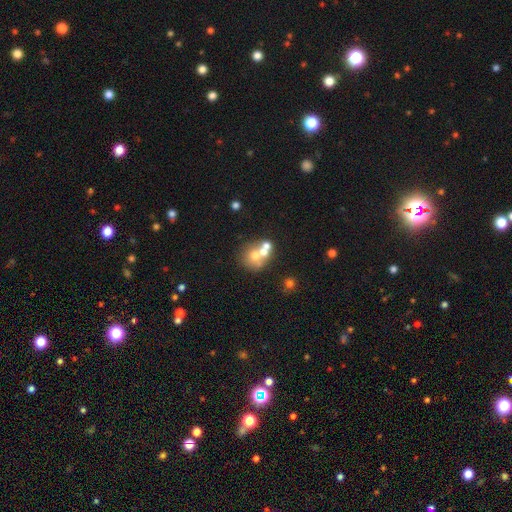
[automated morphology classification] A smooth galaxy with no disk features (54%) that is round (78%).

Vote fractions:
- Smooth or featured? smooth: 54% / featured or disk: 33% / star or artifact: 13%
- How rounded? round: 78% / in between: 21% / cigar-shaped: 1%
- Merging? merger: 52% / none: 34% / minor disturbance: 8% / major disturbance: 6%